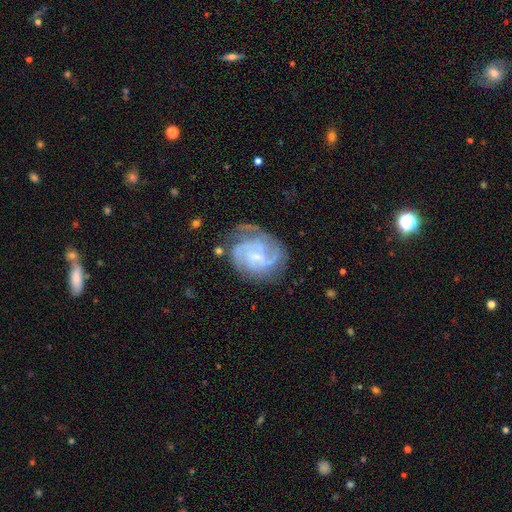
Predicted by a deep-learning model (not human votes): A featured or disk galaxy (83%) with a weak bar (49%), 2 (35%) tight (45%) spiral arms (94%) and a small central bulge (66%). Merging: none (59%).